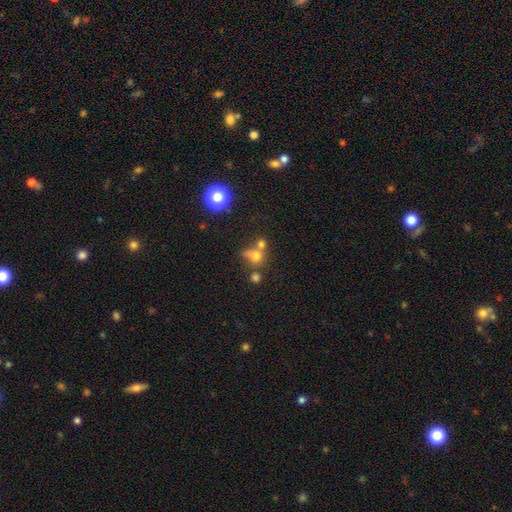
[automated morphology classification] A smooth galaxy with no disk features (67%) that is round (76%). Merging: merger (45%).